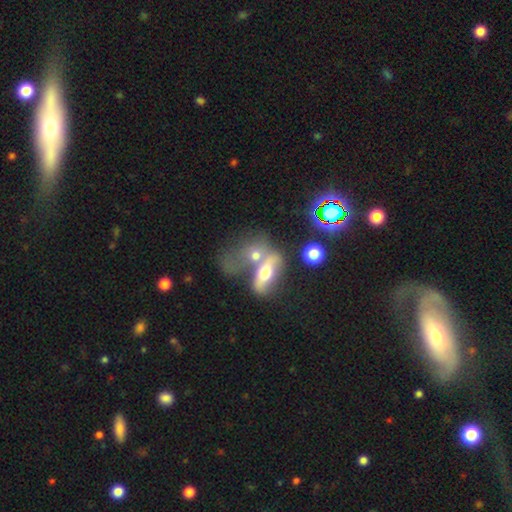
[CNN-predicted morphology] This is possibly a smooth galaxy (53%). How rounded: likely in between (68%). Merging: likely merger (63%).